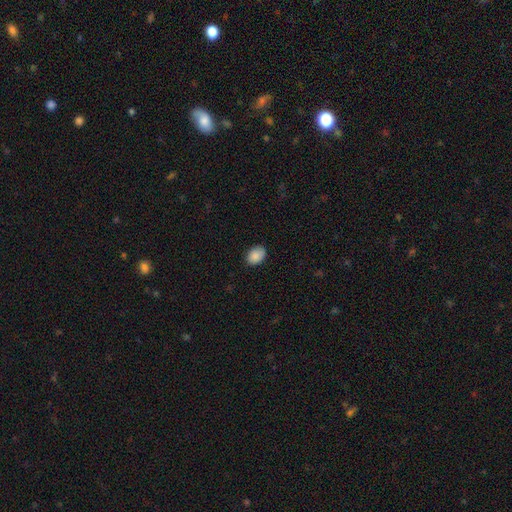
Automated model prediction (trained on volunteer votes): smooth_or_featured: smooth (p=0.88) [alt: star or artifact p=0.07]
how_rounded: in between (p=0.78) [alt: round p=0.21]
merging: none (p=0.82) [alt: minor disturbance p=0.14]